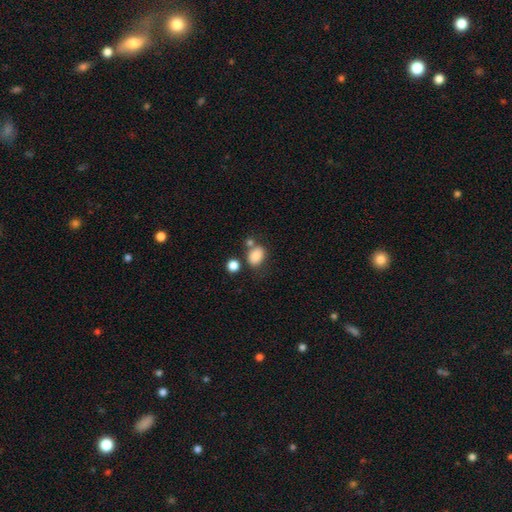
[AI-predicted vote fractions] Smooth or featured? Predicted: smooth (p=0.83). How rounded? Predicted: in between (p=0.62). Merging? Predicted: none (p=0.57).